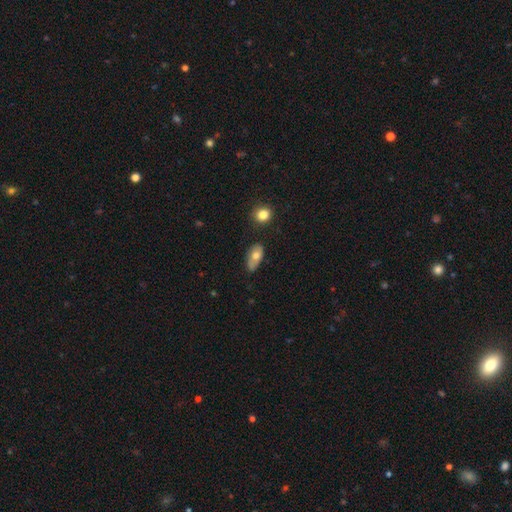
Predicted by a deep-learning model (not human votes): Smooth or featured? smooth (66%)
How rounded? in between (89%)
Merging? none (61%)